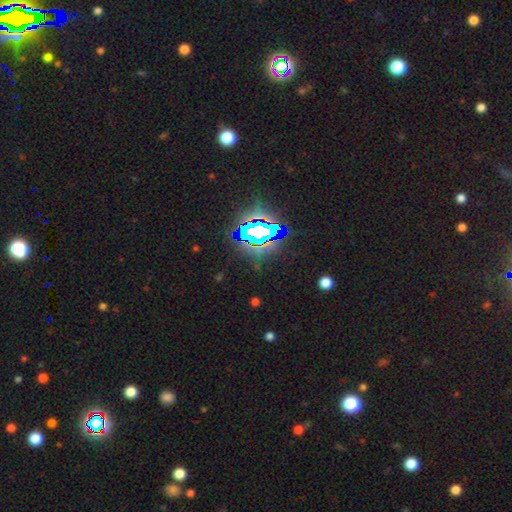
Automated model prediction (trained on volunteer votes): Smooth or featured? Predicted: star or artifact (p=0.81).